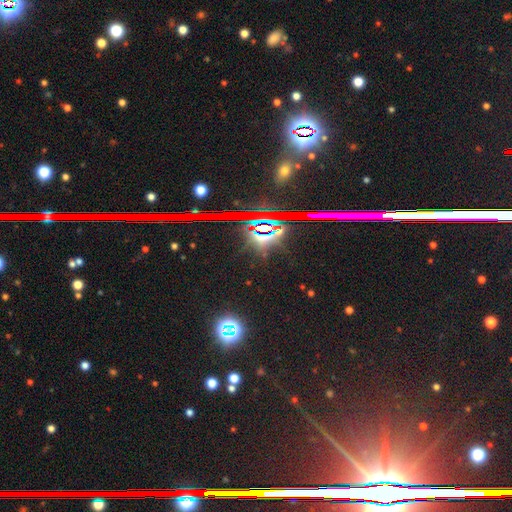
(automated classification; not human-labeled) The model was most divided on "smooth or featured": star or artifact: 77%, smooth: 14%, featured or disk: 9%.